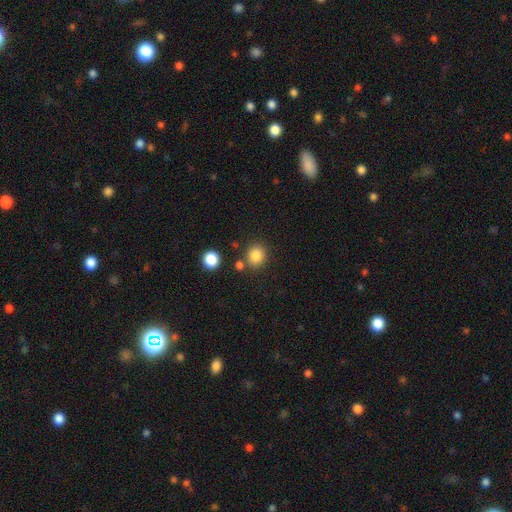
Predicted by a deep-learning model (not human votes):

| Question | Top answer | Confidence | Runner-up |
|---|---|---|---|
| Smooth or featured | smooth | 84% | star or artifact (11%) |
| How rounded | round | 78% | in between (21%) |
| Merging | none | 79% | merger (9%) |